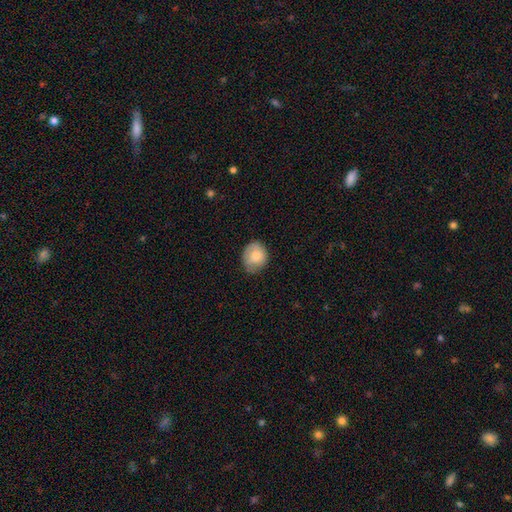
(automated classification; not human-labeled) Smooth or featured?
  - smooth: 81% *
  - featured or disk: 12%
  - star or artifact: 7%
How rounded?
  - round: 67% *
  - in between: 32%
  - cigar-shaped: 1%
Merging?
  - none: 67% *
  - minor disturbance: 27%
  - major disturbance: 5%
  - merger: 1%